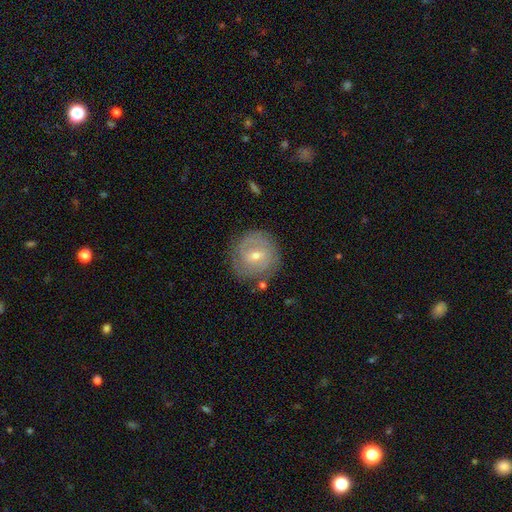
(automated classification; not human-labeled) The model was most divided on "spiral arm count": can't tell: 38%, 2: 37%, 3: 12%, 1: 5%, 4: 5%, more than 4: 3%. More confident: edge-on disk — no (96%); spiral arms — yes (82%); merging — none (79%); smooth or featured — featured or disk (69%); spiral winding — tight (66%); bar — weak (57%); bulge size — moderate (54%).